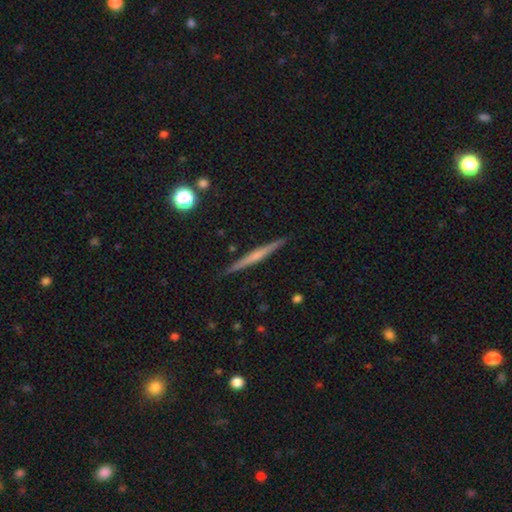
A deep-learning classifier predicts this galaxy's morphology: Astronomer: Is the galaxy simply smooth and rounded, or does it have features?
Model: featured or disk — 65%.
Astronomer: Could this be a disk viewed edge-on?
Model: yes — 98%.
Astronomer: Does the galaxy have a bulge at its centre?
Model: rounded — 47% (runner-up: none, 44%).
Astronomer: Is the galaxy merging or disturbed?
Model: none — 91%.